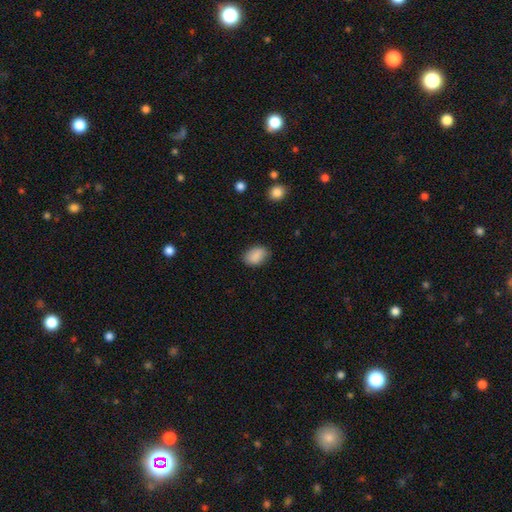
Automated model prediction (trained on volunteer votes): smooth-or-featured: smooth: 88% | star or artifact: 7% | featured or disk: 5%
  how-rounded: in between: 82% | round: 17% | cigar-shaped: 1%
  merging: none: 81% | minor disturbance: 15% | major disturbance: 3% | merger: 1%